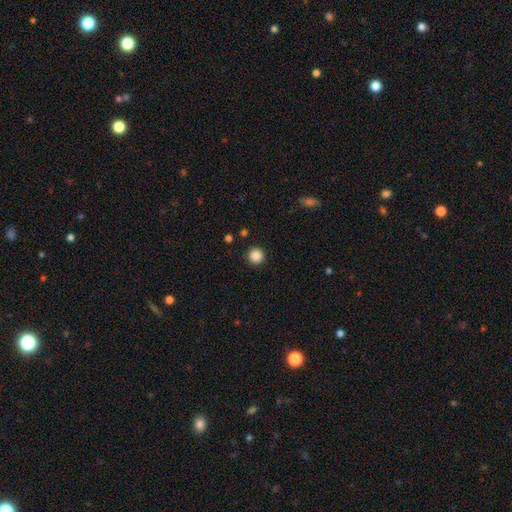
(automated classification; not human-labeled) Smooth or featured?
  - smooth: 87% *
  - star or artifact: 10%
  - featured or disk: 3%
How rounded?
  - round: 96% *
  - in between: 4%
  - cigar-shaped: 1%
Merging?
  - none: 92% *
  - minor disturbance: 5%
  - major disturbance: 2%
  - merger: 1%